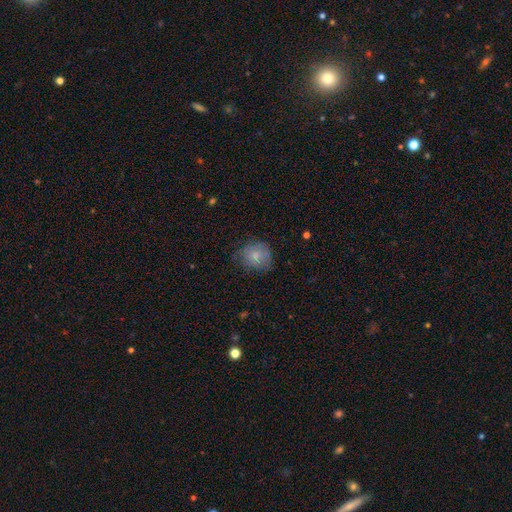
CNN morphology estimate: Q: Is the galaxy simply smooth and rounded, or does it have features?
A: smooth — 78%.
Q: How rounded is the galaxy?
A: round — 80%.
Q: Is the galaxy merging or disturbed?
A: none — 65%.